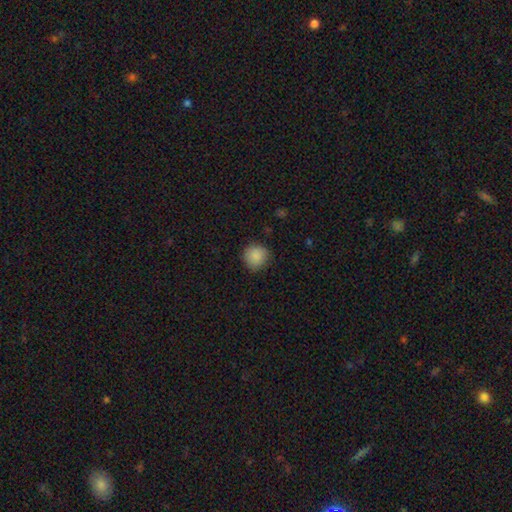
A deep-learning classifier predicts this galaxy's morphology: A smooth galaxy with no disk features (87%) that is round (91%).

Vote fractions:
- Smooth or featured? smooth: 87% / star or artifact: 9% / featured or disk: 4%
- How rounded? round: 91% / in between: 8% / cigar-shaped: 1%
- Merging? none: 84% / minor disturbance: 12% / major disturbance: 3% / merger: 1%